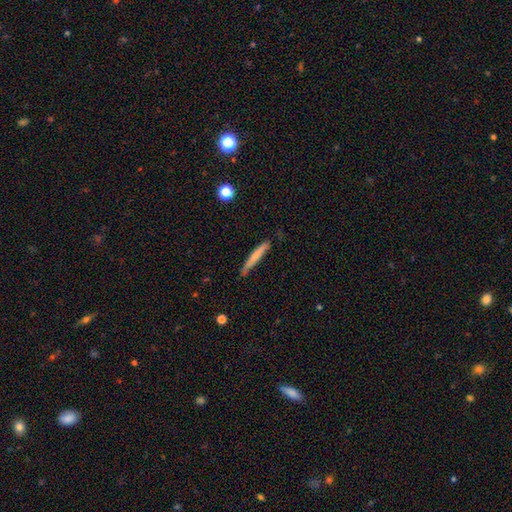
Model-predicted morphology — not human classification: smooth 67%, featured or disk 27%, star or artifact 6%. Down the decision tree: how rounded — cigar-shaped (95%); merging — none (78%).